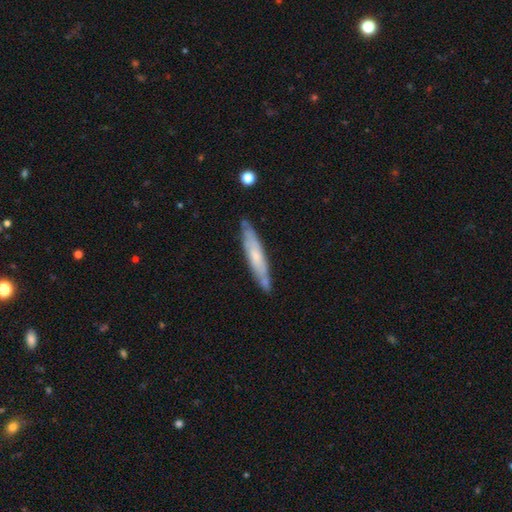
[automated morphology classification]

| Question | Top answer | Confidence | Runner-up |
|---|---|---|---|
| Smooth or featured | featured or disk | 49% | smooth (45%) |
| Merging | none | 80% | minor disturbance (15%) |